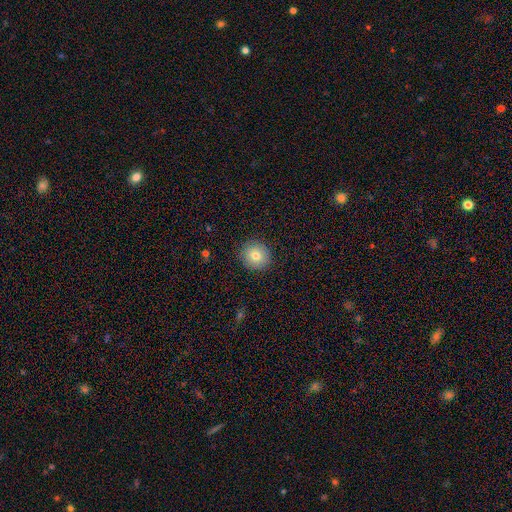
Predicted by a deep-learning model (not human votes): Smooth or featured? smooth (78%)
How rounded? round (91%)
Merging? none (90%)